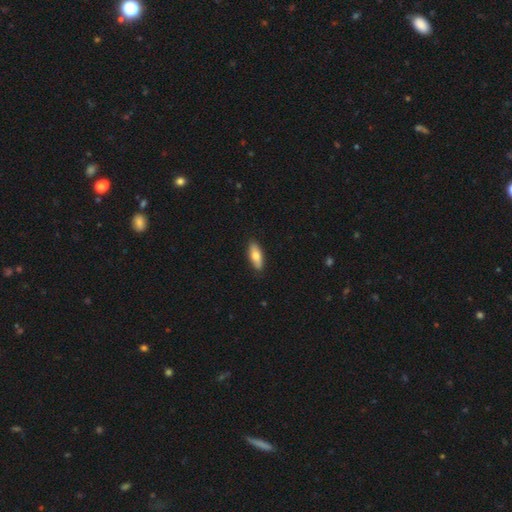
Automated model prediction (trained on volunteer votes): Smooth or featured: smooth — 73% (featured or disk — 21%)
How rounded: in between — 70% (cigar-shaped — 28%)
Merging: none — 88% (minor disturbance — 10%)